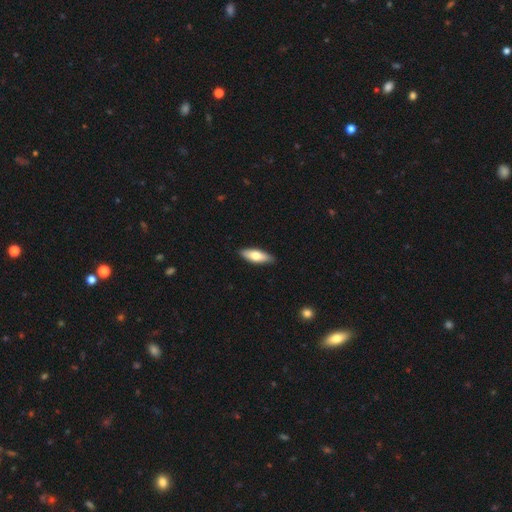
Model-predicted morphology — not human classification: A smooth galaxy with no disk features (70%) that is in between round and cigar-shaped (67%).

Vote fractions:
- Smooth or featured? smooth: 70% / featured or disk: 25% / star or artifact: 5%
- How rounded? in between: 67% / cigar-shaped: 31% / round: 2%
- Merging? none: 88% / minor disturbance: 10% / major disturbance: 2% / merger: 1%